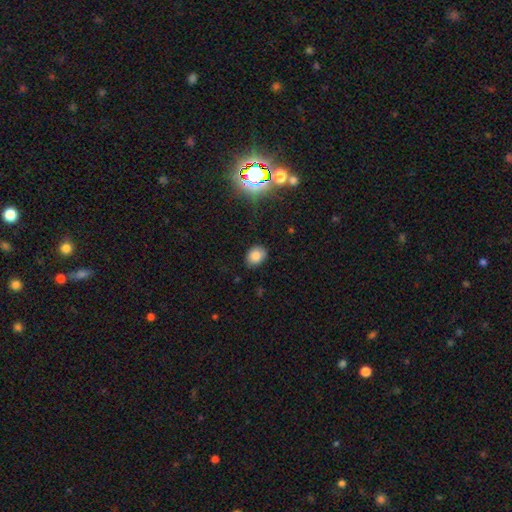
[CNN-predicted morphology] Smooth or featured: smooth — 80% (star or artifact — 13%)
How rounded: in between — 55% (round — 44%)
Merging: none — 83% (minor disturbance — 13%)